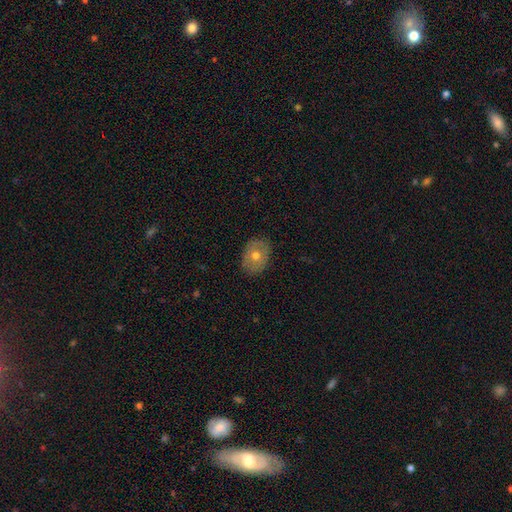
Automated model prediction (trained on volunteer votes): This is possibly a smooth galaxy (54%). How rounded: likely in between (64%). Merging: clearly none (84%).